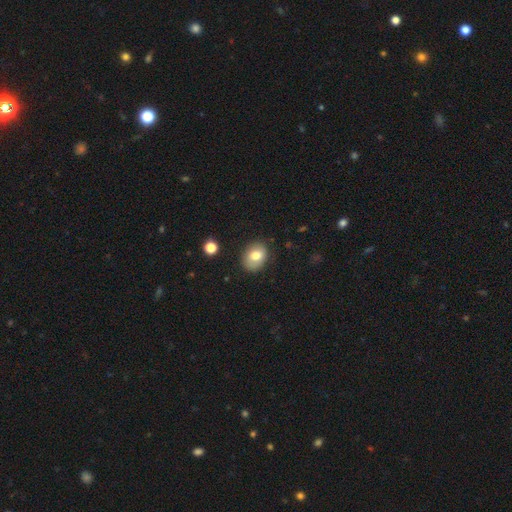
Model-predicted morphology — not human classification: Smooth or featured: smooth — 76% (featured or disk — 15%)
How rounded: in between — 58% (round — 41%)
Merging: none — 80% (minor disturbance — 15%)